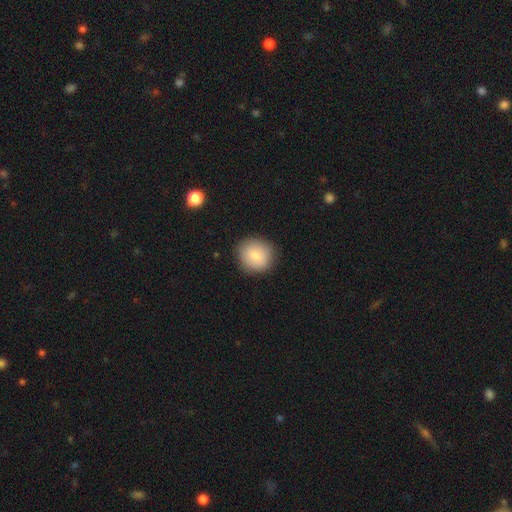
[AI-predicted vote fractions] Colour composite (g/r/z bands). It shows a smooth galaxy with no disk features (81%) that is round (81%). Merging: none (85%).